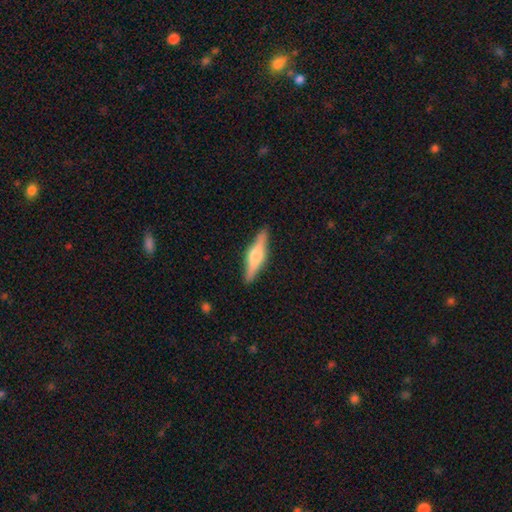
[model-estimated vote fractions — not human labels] Q: Smooth or featured?
A: featured or disk (59%); runner-up: smooth (36%)
Q: Edge-on disk?
A: yes (96%); runner-up: no (4%)
Q: Edge-on bulge?
A: rounded (90%); runner-up: boxy (7%)
Q: Merging?
A: none (90%); runner-up: minor disturbance (8%)